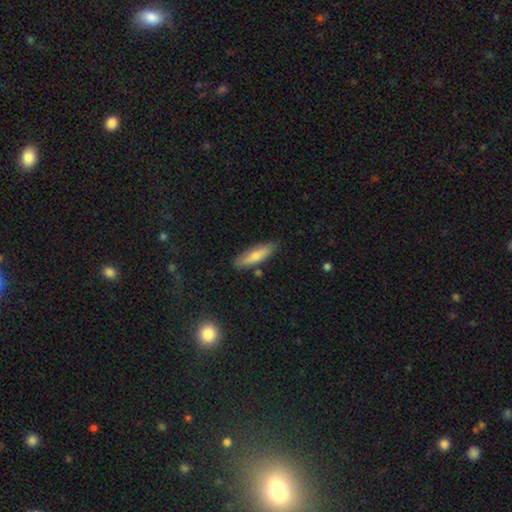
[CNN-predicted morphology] A smooth galaxy with no disk features (73%) that is cigar-shaped (64%).

Vote fractions:
- Smooth or featured? smooth: 73% / featured or disk: 21% / star or artifact: 6%
- How rounded? cigar-shaped: 64% / in between: 34% / round: 2%
- Merging? none: 81% / minor disturbance: 13% / merger: 3% / major disturbance: 2%